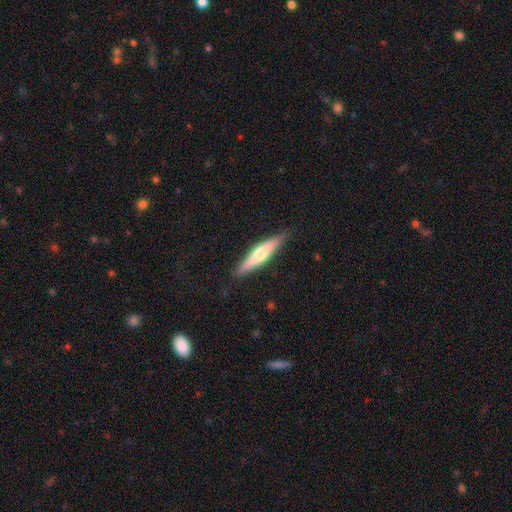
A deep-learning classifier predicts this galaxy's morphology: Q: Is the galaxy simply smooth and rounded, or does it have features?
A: featured or disk — 52%.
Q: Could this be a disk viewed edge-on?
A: yes — 93%.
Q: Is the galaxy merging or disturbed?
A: none — 88%.